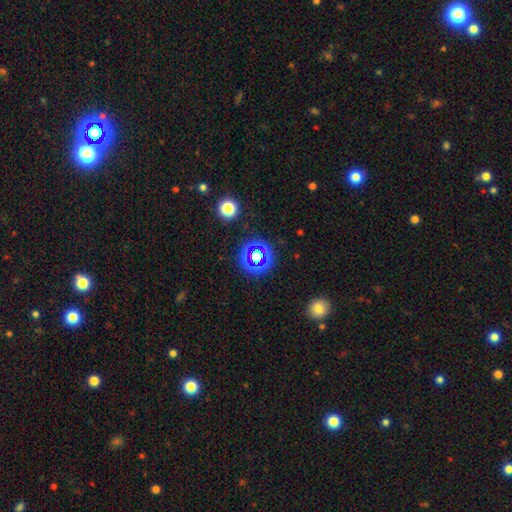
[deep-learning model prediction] Smooth or featured? Predicted: star or artifact (p=0.57).